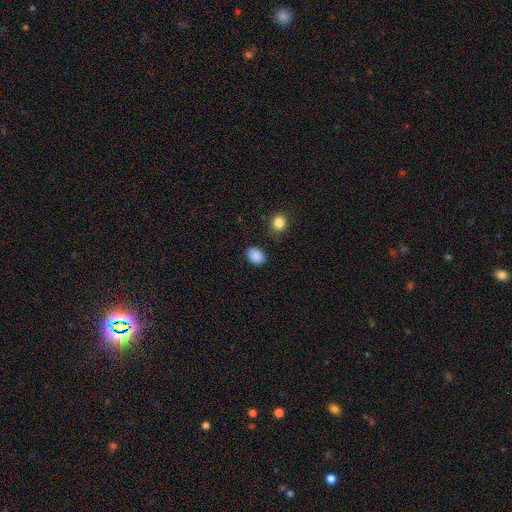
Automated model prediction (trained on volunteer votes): Overall: smooth (89%). How rounded: in between (70%). Merging: none (85%).